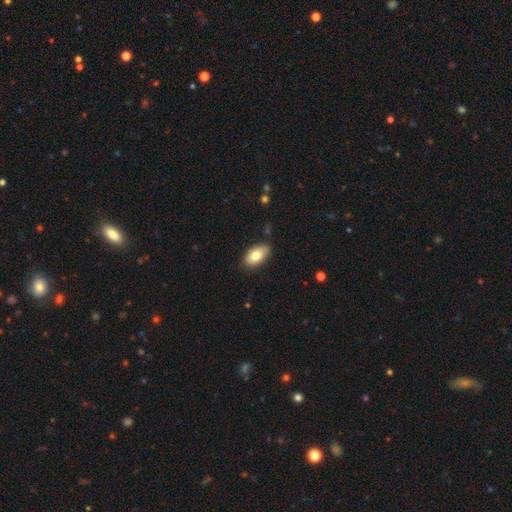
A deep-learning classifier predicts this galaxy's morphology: Q: Smooth or featured?
A: smooth (78%); runner-up: featured or disk (16%)
Q: How rounded?
A: in between (93%); runner-up: round (5%)
Q: Merging?
A: none (83%); runner-up: minor disturbance (13%)